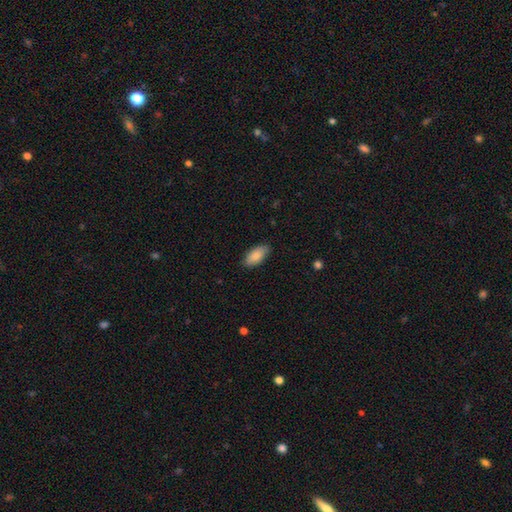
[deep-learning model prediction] smooth_or_featured: smooth (p=0.87) [alt: featured or disk p=0.07]
how_rounded: in between (p=0.91) [alt: cigar-shaped p=0.07]
merging: none (p=0.85) [alt: minor disturbance p=0.12]